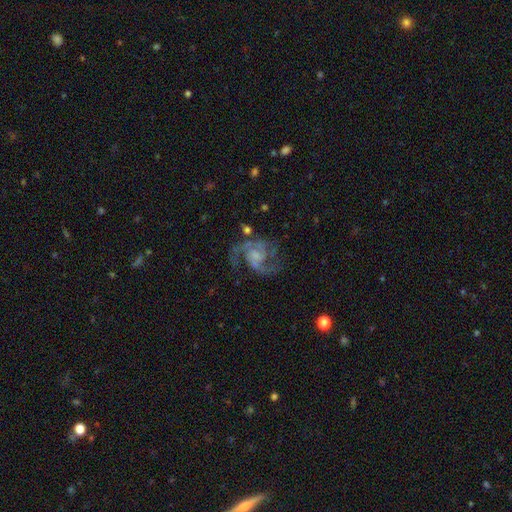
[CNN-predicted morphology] This is clearly a featured or disk galaxy (89%). It is clearly not viewed edge-on (98%). Bar: possibly no (54%). Spiral arm pattern: clearly yes (97%). Spiral arm count: likely 2 (76%). Spiral winding: possibly medium (58%). Central bulge: marginally small (42%). Merging: likely none (62%).